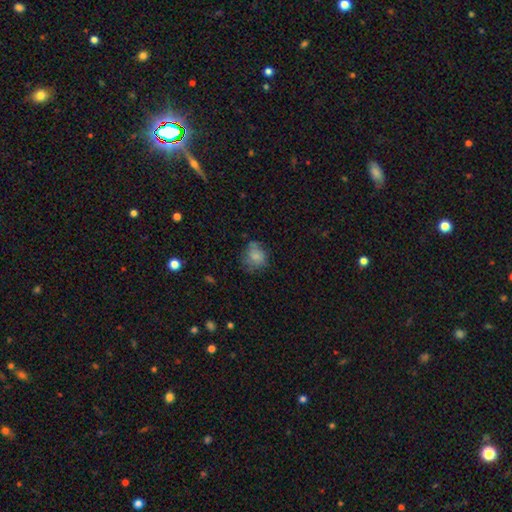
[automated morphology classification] A smooth galaxy with no disk features (75%) that is round (69%). Merging: none (57%).